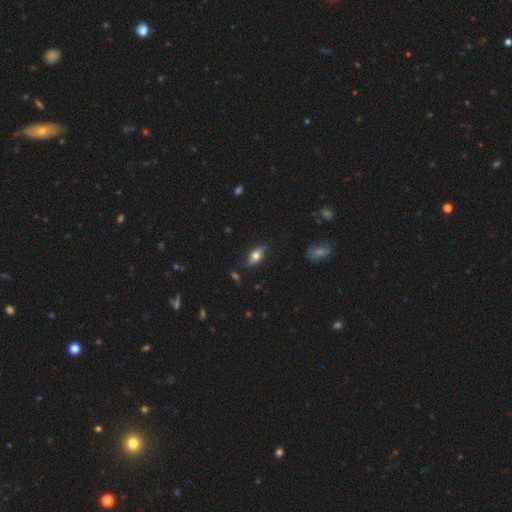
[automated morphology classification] smooth 64%, featured or disk 29%, star or artifact 7%. Down the decision tree: how rounded — in between (81%); merging — none (82%).